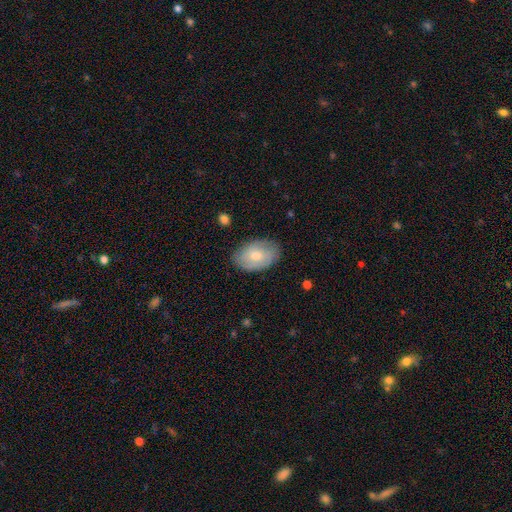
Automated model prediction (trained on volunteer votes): Overall: smooth (60%; featured or disk 34%). How rounded: in between (88%). Merging: none (81%).